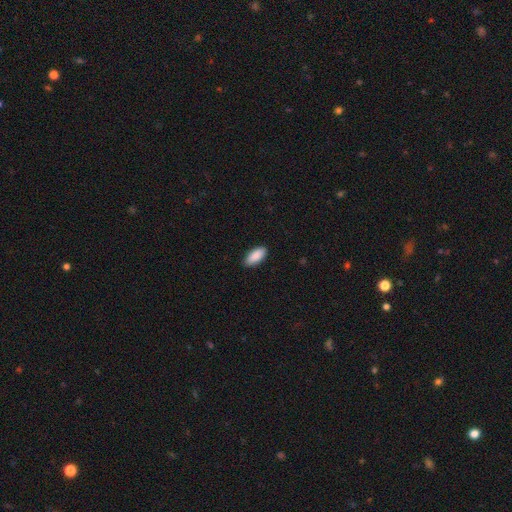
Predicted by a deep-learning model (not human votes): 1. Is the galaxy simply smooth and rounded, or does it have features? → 90% smooth, 6% star or artifact, 4% featured or disk.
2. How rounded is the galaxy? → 90% in between, 9% cigar-shaped, 2% round.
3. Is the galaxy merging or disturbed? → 87% none, 10% minor disturbance, 2% major disturbance, 1% merger.